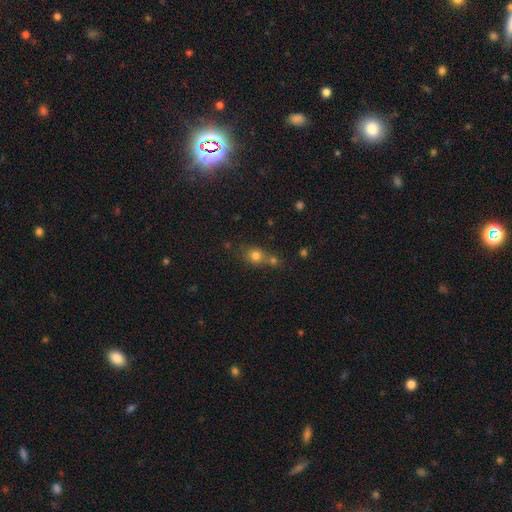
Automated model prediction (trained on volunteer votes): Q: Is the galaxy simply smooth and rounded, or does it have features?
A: smooth — 76%.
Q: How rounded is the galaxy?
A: round — 73%.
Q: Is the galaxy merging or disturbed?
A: none — 43%.